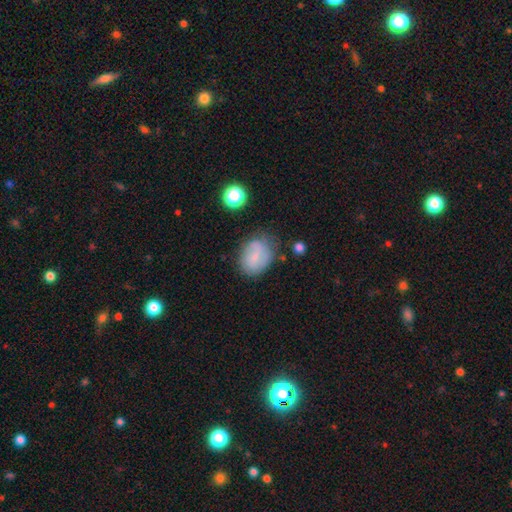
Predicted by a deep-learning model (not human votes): Morphology: type=smooth (62%); roundness=in between (63%); merging=none (62%).